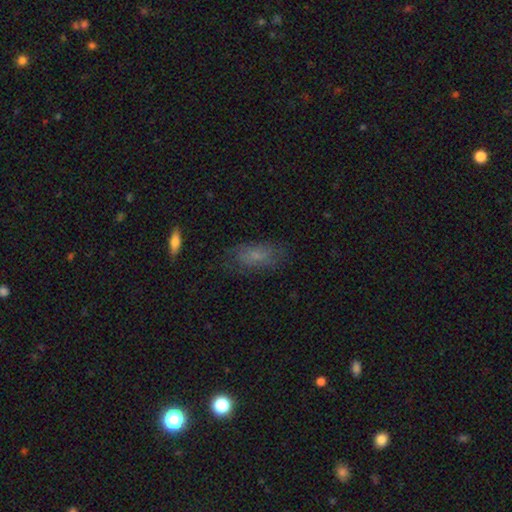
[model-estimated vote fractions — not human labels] A smooth galaxy with no disk features (67%) that is in between round and cigar-shaped (82%).

Vote fractions:
- Smooth or featured? smooth: 67% / featured or disk: 22% / star or artifact: 11%
- How rounded? in between: 82% / cigar-shaped: 14% / round: 4%
- Merging? none: 71% / minor disturbance: 20% / major disturbance: 8% / merger: 1%